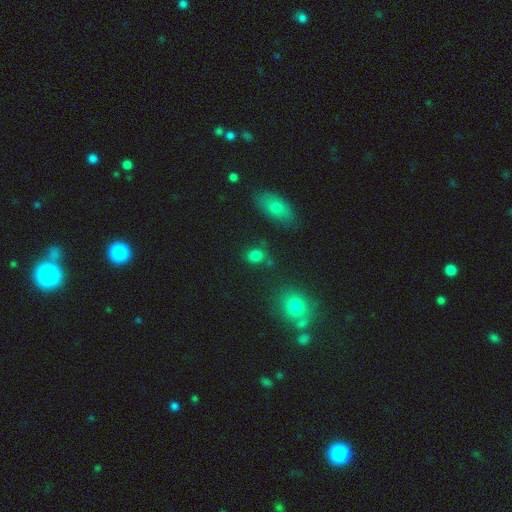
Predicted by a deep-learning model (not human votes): A smooth galaxy with no disk features (81%) that is round (58%). Merging: none (72%).